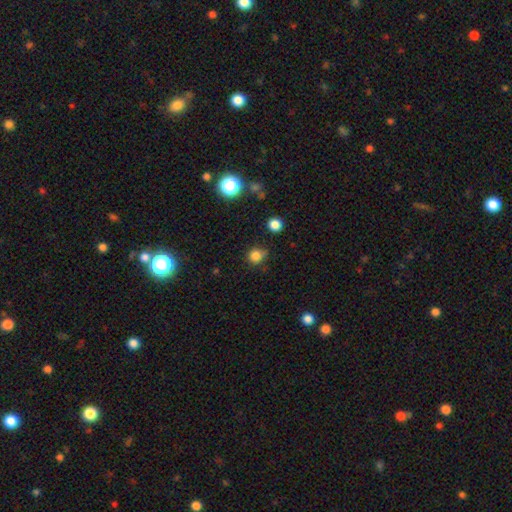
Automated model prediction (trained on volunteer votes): This appears to be a smooth galaxy with no disk features (81%) that is round (87%). Merging: none (69%).